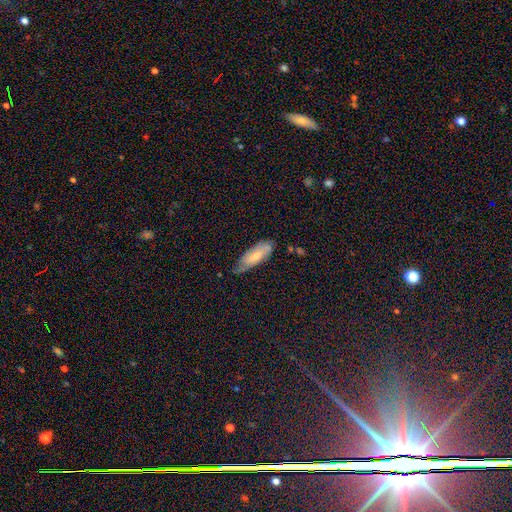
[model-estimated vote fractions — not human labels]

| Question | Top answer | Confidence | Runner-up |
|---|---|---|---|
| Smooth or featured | smooth | 60% | featured or disk (33%) |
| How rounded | in between | 62% | cigar-shaped (36%) |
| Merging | none | 60% | minor disturbance (32%) |